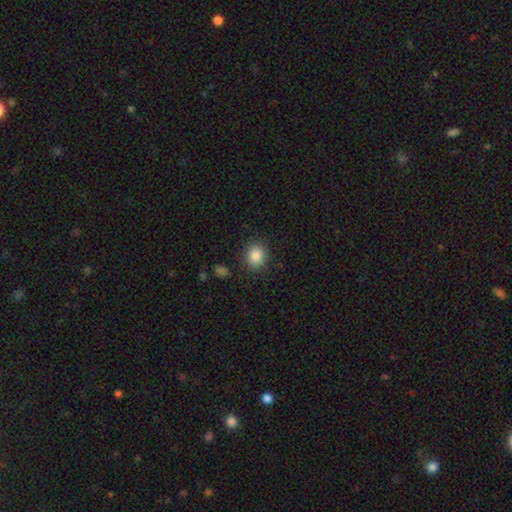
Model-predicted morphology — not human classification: Smooth or featured? smooth (86%)
How rounded? round (76%)
Merging? none (88%)